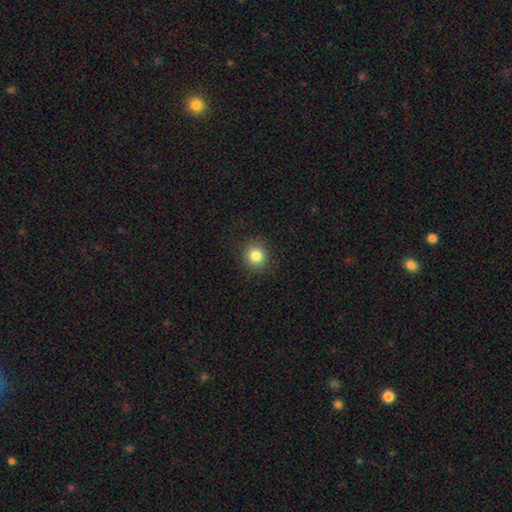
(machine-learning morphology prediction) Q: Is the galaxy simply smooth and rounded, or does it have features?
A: smooth — 83%.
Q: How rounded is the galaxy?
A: round — 89%.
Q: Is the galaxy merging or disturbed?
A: none — 89%.